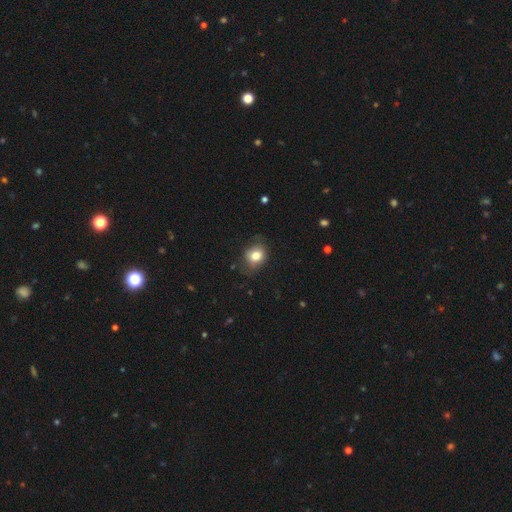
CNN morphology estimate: Smooth or featured? Predicted: smooth (p=0.79). How rounded? Predicted: round (p=0.54). Merging? Predicted: none (p=0.70).